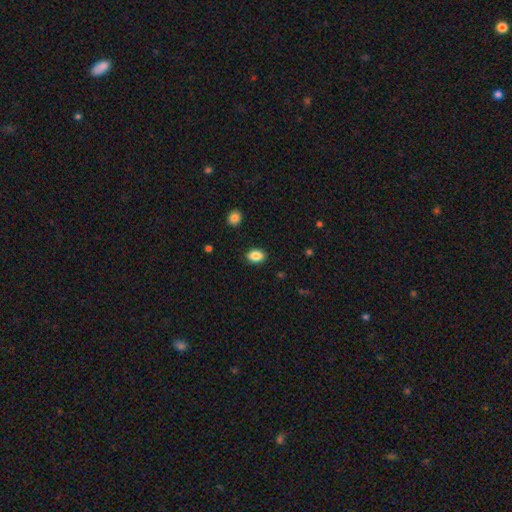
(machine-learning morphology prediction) This is clearly a smooth galaxy (87%). How rounded: clearly in between (83%). Merging: clearly none (88%).